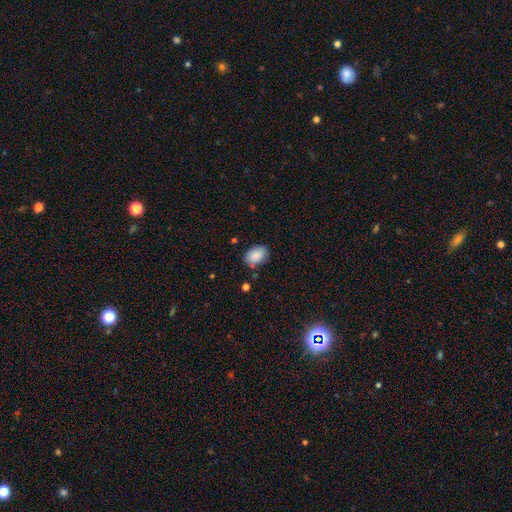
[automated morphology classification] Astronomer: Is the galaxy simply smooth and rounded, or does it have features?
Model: smooth — 85%.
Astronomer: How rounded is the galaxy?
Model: in between — 81%.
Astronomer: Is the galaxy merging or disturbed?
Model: none — 75%.